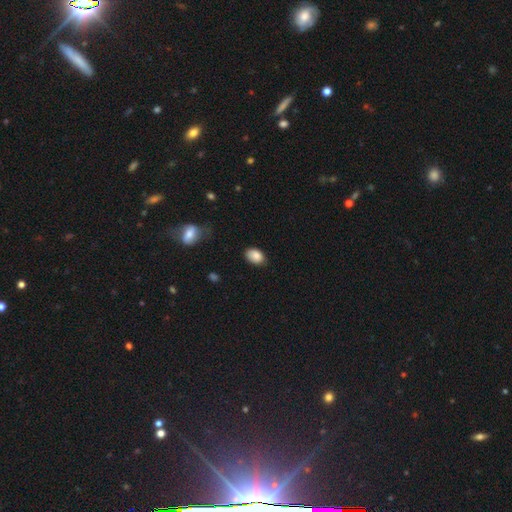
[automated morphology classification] Smooth or featured: smooth — 86% (star or artifact — 8%)
How rounded: in between — 82% (round — 17%)
Merging: none — 79% (minor disturbance — 17%)